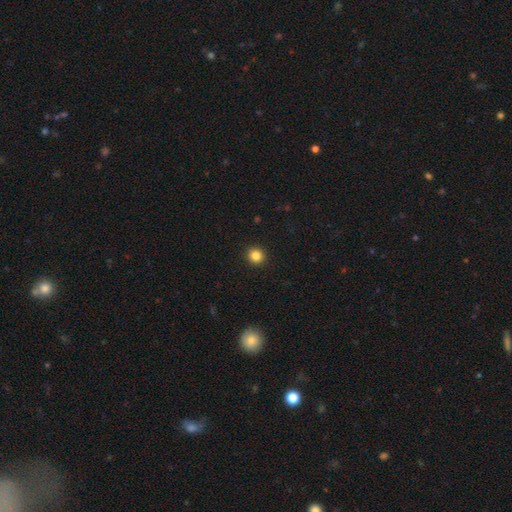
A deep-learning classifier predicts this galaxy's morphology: This is clearly a smooth galaxy (84%). How rounded: clearly round (91%). Merging: clearly none (93%).